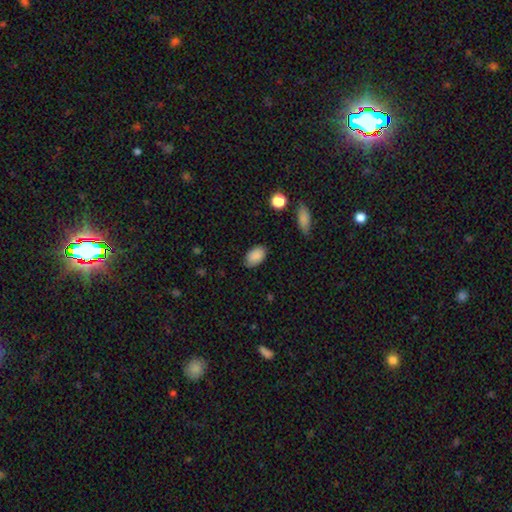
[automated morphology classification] A smooth galaxy with no disk features (88%) that is in between round and cigar-shaped (91%). Merging: none (83%).